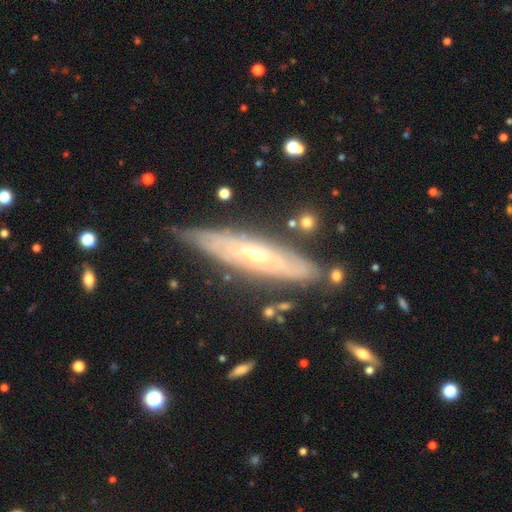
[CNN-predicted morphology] Smooth or featured? featured or disk (77%)
Edge-on disk? no (55%)
Merging? none (77%)